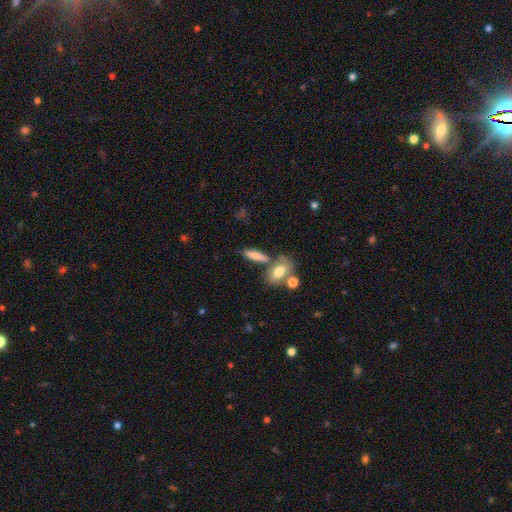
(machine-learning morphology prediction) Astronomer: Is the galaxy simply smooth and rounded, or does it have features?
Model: smooth — 72%.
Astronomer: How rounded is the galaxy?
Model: in between — 55% (runner-up: cigar-shaped, 40%).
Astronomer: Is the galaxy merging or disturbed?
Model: none — 57%.